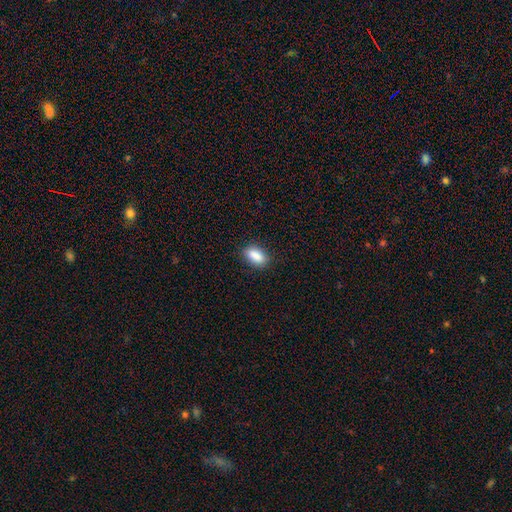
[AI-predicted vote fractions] smooth 86%, star or artifact 8%, featured or disk 6%. Down the decision tree: how rounded — in between (85%); merging — none (83%).